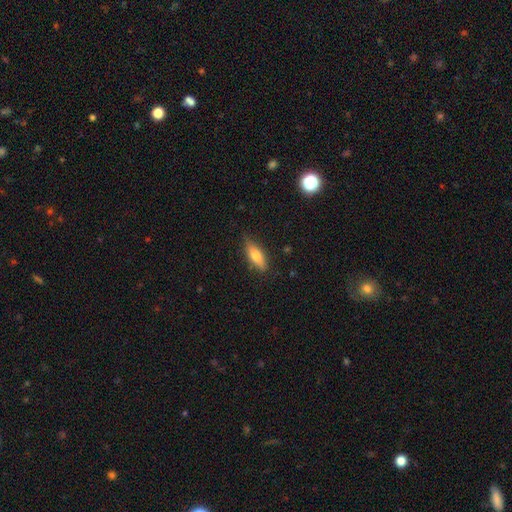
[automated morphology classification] Overall: smooth (67%; featured or disk 27%). How rounded: in between (59%; cigar-shaped 38%). Merging: none (79%).